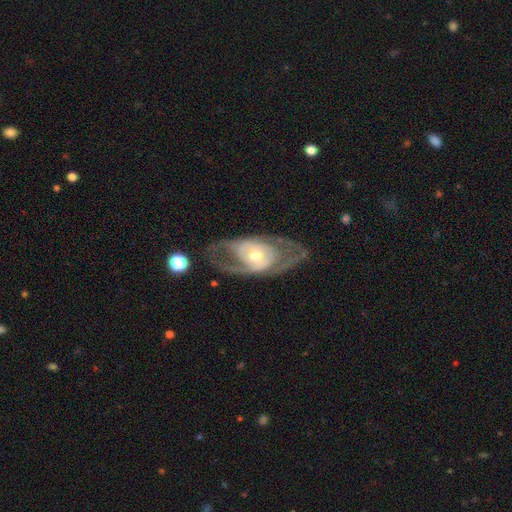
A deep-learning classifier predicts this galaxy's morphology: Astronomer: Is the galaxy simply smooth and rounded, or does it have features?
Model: featured or disk — 82%.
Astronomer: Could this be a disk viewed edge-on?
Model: no — 93%.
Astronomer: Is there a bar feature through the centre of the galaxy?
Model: no — 68%.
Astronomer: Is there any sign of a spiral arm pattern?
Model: yes — 75%.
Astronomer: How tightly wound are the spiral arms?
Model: tight — 42% (runner-up: medium, 41%).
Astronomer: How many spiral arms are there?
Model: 2 — 66%.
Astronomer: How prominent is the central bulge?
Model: moderate — 59%.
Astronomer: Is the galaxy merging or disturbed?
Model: none — 69%.